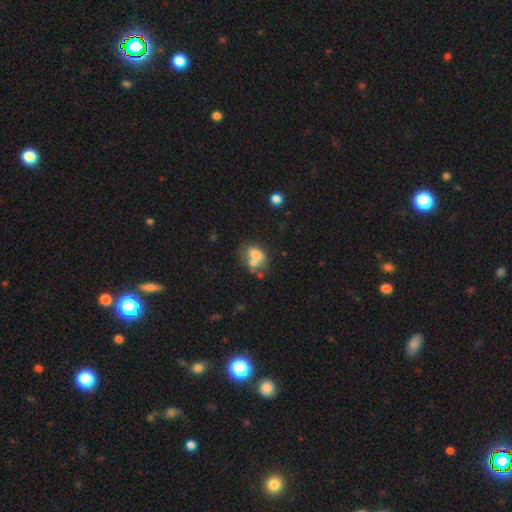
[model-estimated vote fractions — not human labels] Q: Smooth or featured?
A: smooth (65%); runner-up: featured or disk (24%)
Q: How rounded?
A: in between (69%); runner-up: round (29%)
Q: Merging?
A: merger (44%); runner-up: none (30%)